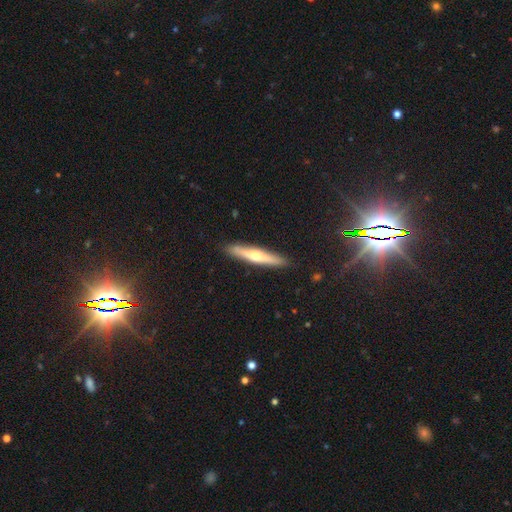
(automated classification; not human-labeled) A featured or disk galaxy (52%) viewed edge-on (92%). Merging: none (90%).